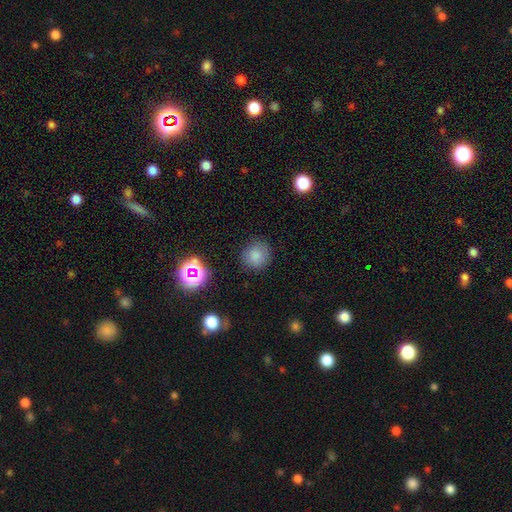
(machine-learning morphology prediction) type=smooth (79%); roundness=round (89%); merging=none (85%).